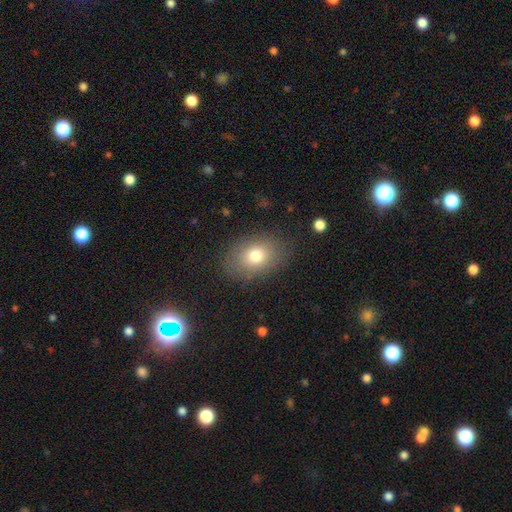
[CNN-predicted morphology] The model was most divided on "how rounded": in between: 70%, round: 29%, cigar-shaped: 1%. More confident: merging — none (82%); smooth or featured — smooth (76%).